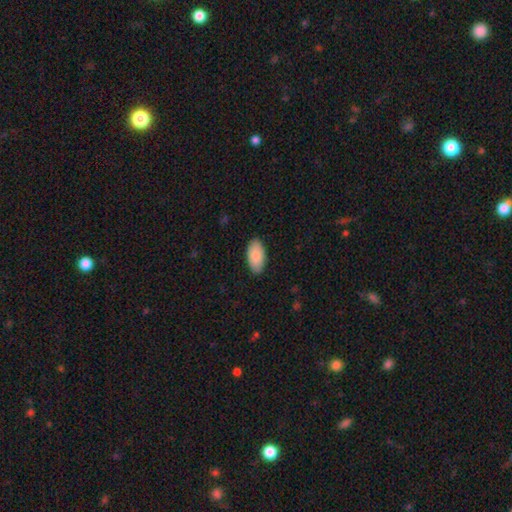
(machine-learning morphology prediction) type=smooth (88%); roundness=in between (96%); merging=none (87%).